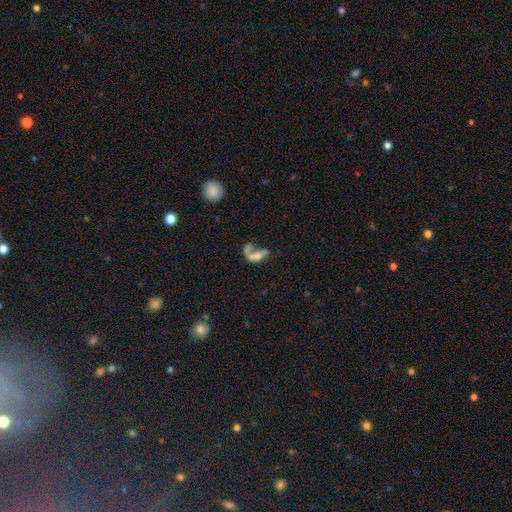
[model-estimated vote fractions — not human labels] This appears to be a featured or disk galaxy (51%). Merging: major disturbance (43%).